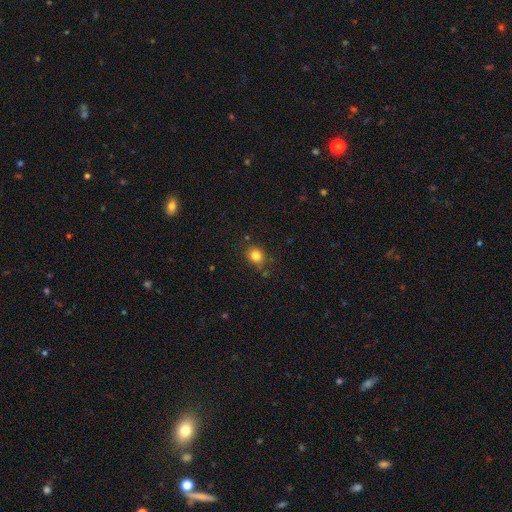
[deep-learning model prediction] A smooth galaxy with no disk features (82%) that is round (75%). Merging: none (81%).